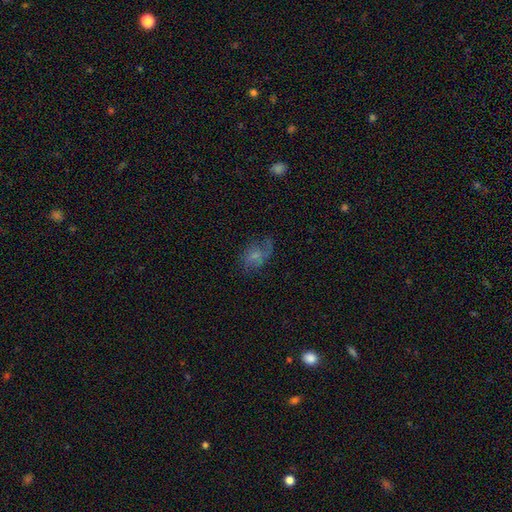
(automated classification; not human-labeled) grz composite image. It shows a featured or disk galaxy (45%). Merging: none (48%).